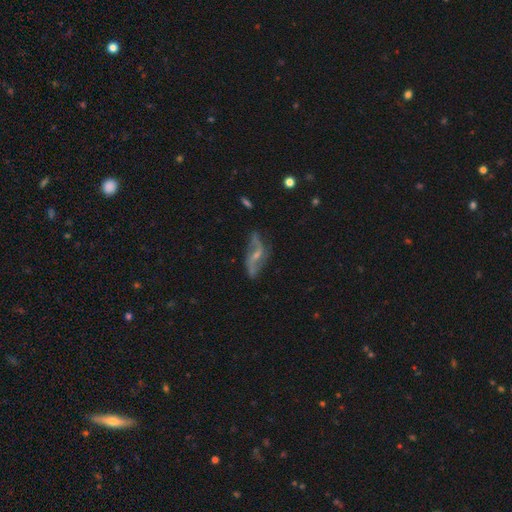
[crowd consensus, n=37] Q: Smooth or featured?
A: featured or disk (89%); runner-up: smooth (8%)
Q: Edge-on disk?
A: no (100%)
Q: Bar?
A: weak (70%); runner-up: strong (15%)
Q: Spiral arms?
A: yes (94%); runner-up: no (6%)
Q: Spiral winding?
A: loose (87%); runner-up: medium (10%)
Q: Spiral arm count?
A: 2 (97%); runner-up: 1 (3%)
Q: Bulge size?
A: small (76%); runner-up: moderate (15%)
Q: Merging?
A: none (64%); runner-up: minor disturbance (22%)